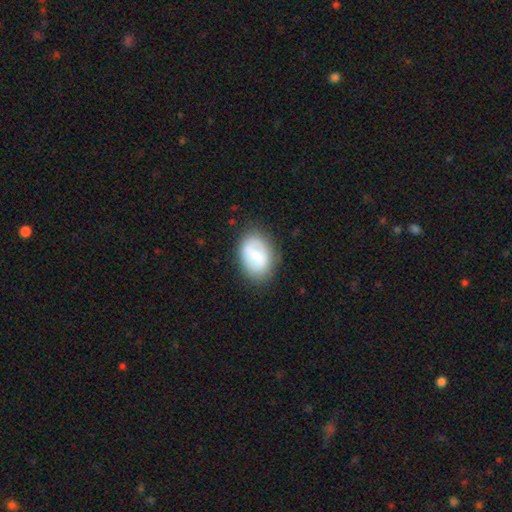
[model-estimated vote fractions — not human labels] smooth-or-featured: smooth: 67% | featured or disk: 25% | star or artifact: 7%
  how-rounded: in between: 79% | round: 20% | cigar-shaped: 1%
  merging: none: 74% | minor disturbance: 18% | major disturbance: 6% | merger: 2%